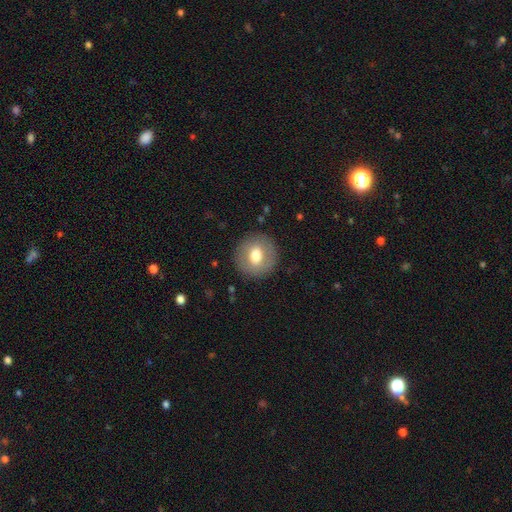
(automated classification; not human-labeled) A smooth galaxy with no disk features (65%) that is round (90%). Merging: none (88%).